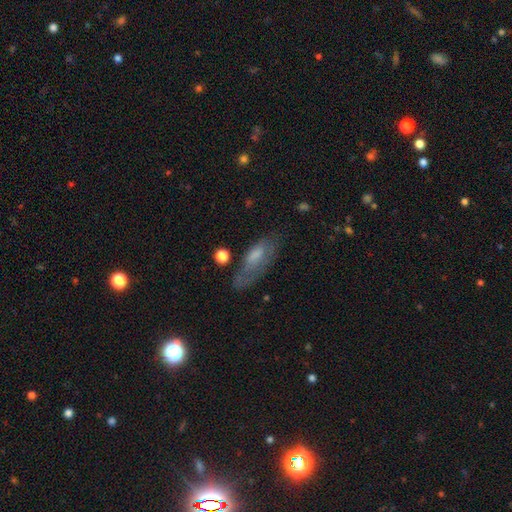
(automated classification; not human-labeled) Smooth or featured?
  - smooth: 56% *
  - featured or disk: 35%
  - star or artifact: 9%
How rounded?
  - in between: 70% *
  - cigar-shaped: 26%
  - round: 3%
Merging?
  - none: 48% *
  - minor disturbance: 27%
  - major disturbance: 22%
  - merger: 4%